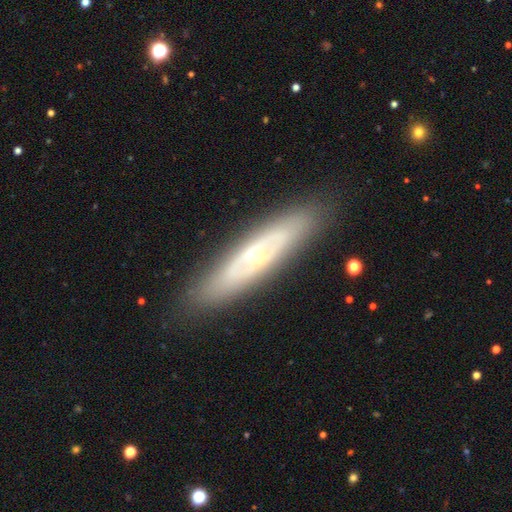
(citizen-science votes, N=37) Smooth or featured: featured or disk — 68% (smooth — 27%)
Edge-on disk: no — 52% (yes — 48%)
Bar: no — 77% (weak — 23%)
Spiral arms: no — 85% (yes — 15%)
Bulge size: small — 69% (moderate — 31%)
Merging: none — 80% (minor disturbance — 9%)